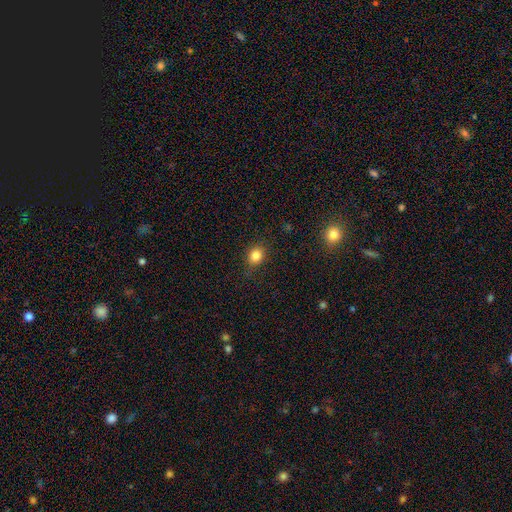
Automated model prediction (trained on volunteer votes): This is clearly a smooth galaxy (83%). How rounded: likely round (64%). Merging: clearly none (85%).